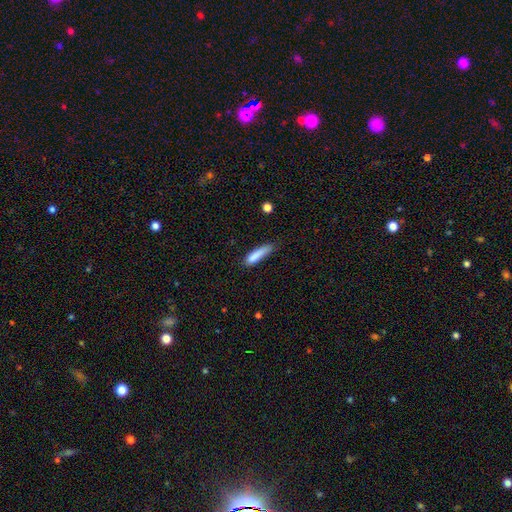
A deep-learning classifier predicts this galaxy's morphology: smooth 84%, featured or disk 9%, star or artifact 7%. Down the decision tree: how rounded — cigar-shaped (78%); merging — none (60%).